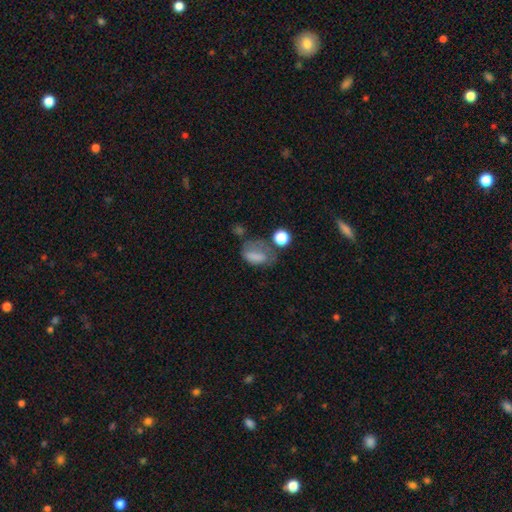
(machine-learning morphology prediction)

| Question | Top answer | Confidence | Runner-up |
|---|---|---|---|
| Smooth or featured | smooth | 72% | featured or disk (15%) |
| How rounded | in between | 79% | round (18%) |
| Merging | none | 31% | tied: major disturbance (31%) |